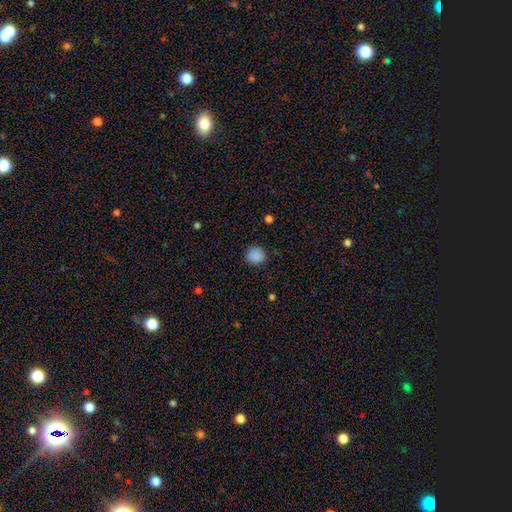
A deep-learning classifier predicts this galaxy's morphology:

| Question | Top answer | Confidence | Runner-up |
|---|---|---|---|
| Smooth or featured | smooth | 87% | star or artifact (10%) |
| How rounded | round | 83% | in between (16%) |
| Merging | none | 84% | minor disturbance (12%) |